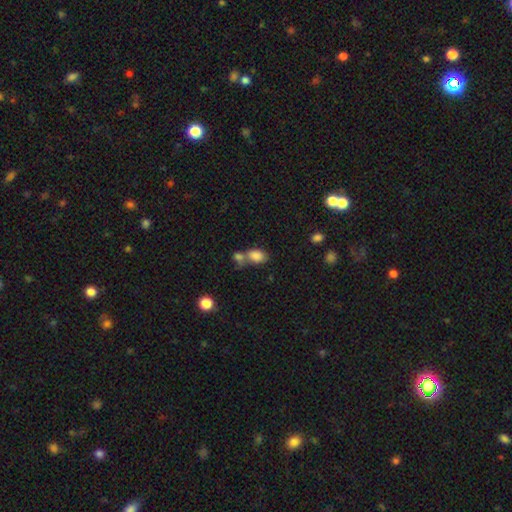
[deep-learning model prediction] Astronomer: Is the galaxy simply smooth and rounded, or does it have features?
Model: smooth — 83%.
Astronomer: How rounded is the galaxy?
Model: in between — 83%.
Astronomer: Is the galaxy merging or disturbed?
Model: merger — 48% (runner-up: none, 35%).